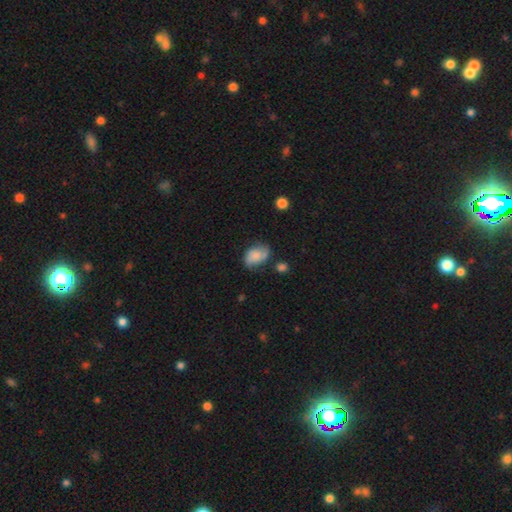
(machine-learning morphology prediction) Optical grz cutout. It shows a smooth galaxy with no disk features (58%) that is in between round and cigar-shaped (80%). Merging: none (56%).